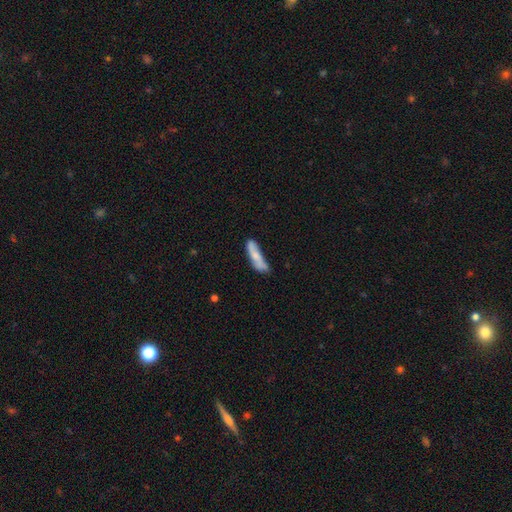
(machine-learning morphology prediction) type=smooth (65%); roundness=cigar-shaped (70%); merging=none (59%).